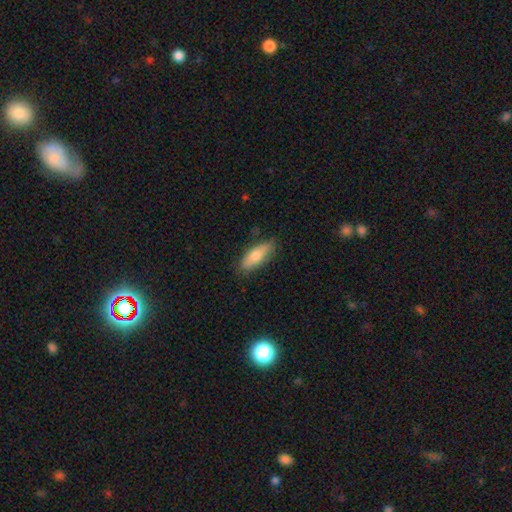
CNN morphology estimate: A smooth galaxy with no disk features (69%) that is in between round and cigar-shaped (63%).

Vote fractions:
- Smooth or featured? smooth: 69% / featured or disk: 25% / star or artifact: 7%
- How rounded? in between: 63% / cigar-shaped: 34% / round: 3%
- Merging? none: 82% / minor disturbance: 14% / major disturbance: 2% / merger: 1%